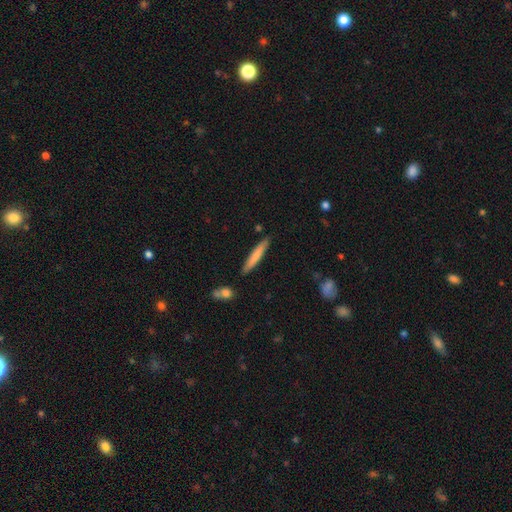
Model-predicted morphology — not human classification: type=smooth (73%); roundness=cigar-shaped (94%); merging=none (87%).